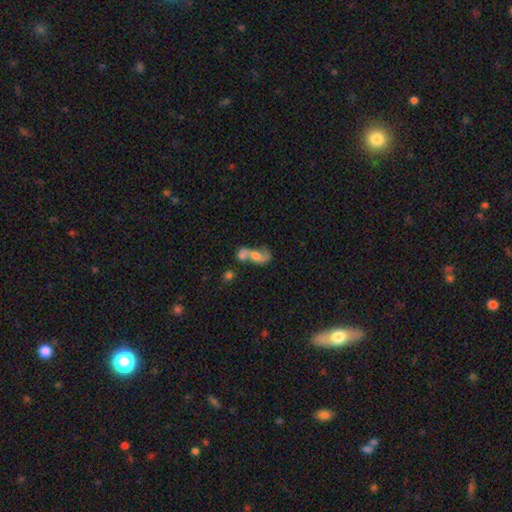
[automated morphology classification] The model was most divided on "smooth or featured": featured or disk: 55%, smooth: 35%, star or artifact: 10%. Remaining: edge-on disk — no (94%); spiral arms — yes (70%); bar — no (65%); merging — merger (56%); bulge size — moderate (49%).